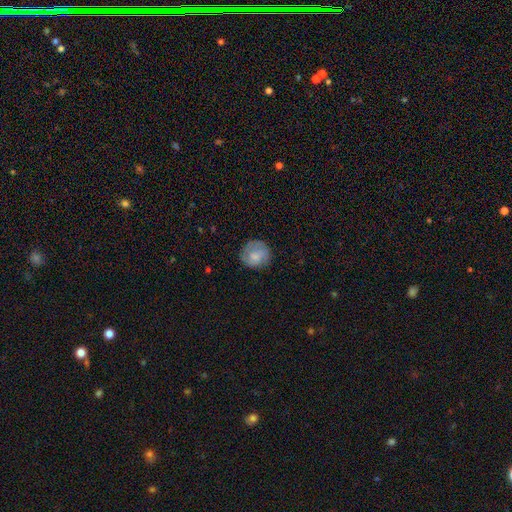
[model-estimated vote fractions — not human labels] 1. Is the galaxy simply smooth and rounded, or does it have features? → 69% smooth, 23% featured or disk, 8% star or artifact.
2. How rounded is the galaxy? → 86% round, 13% in between, 1% cigar-shaped.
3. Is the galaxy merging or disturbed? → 76% none, 18% minor disturbance, 6% major disturbance, 1% merger.